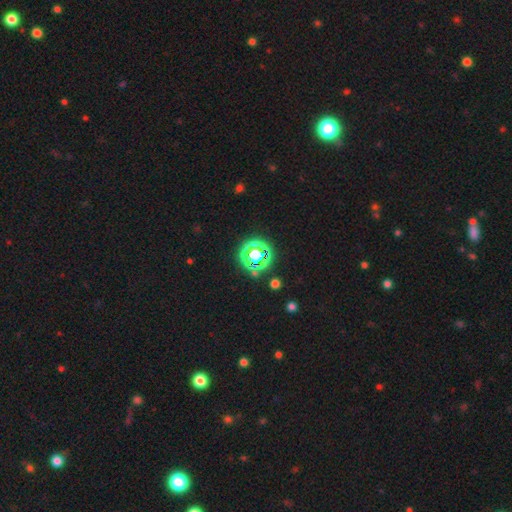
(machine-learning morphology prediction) smooth-or-featured: star or artifact: 63% | smooth: 27% | featured or disk: 11%